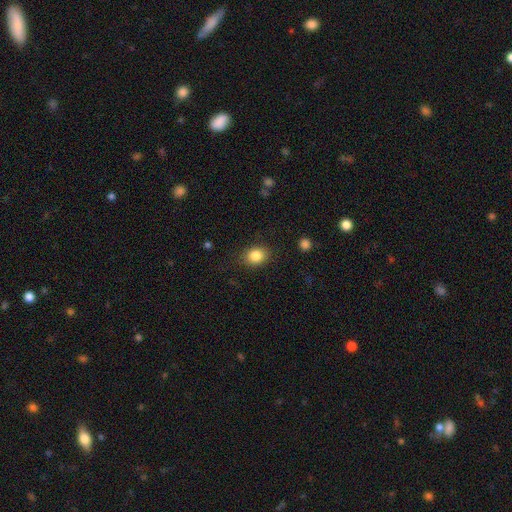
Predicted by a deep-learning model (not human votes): Morphology: type=smooth (85%); roundness=in between (51%); merging=none (84%).